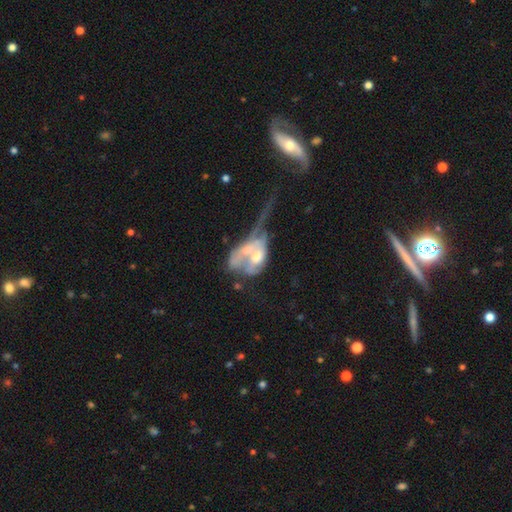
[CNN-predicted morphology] Smooth or featured: featured or disk — 59% (smooth — 34%)
Edge-on disk: no — 93% (yes — 7%)
Bar: no — 78% (weak — 17%)
Spiral arms: no — 67% (yes — 33%)
Bulge size: moderate — 62% (small — 16%)
Merging: merger — 52% (major disturbance — 33%)